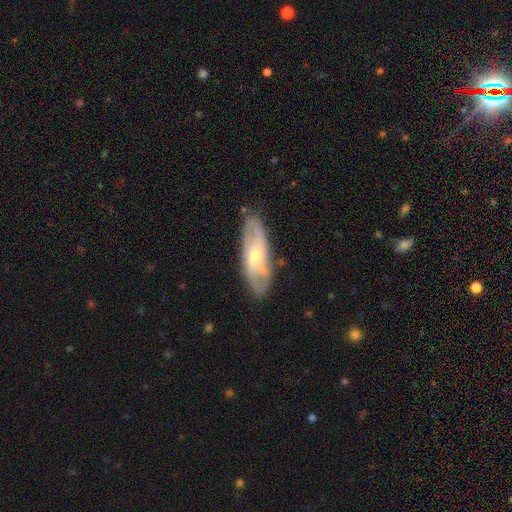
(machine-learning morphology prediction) featured or disk 67%, smooth 27%, star or artifact 6%. Down the decision tree: edge-on disk — no (82%); bar — no (44%); spiral arms — yes (79%); bulge size — moderate (51%); merging — none (79%).